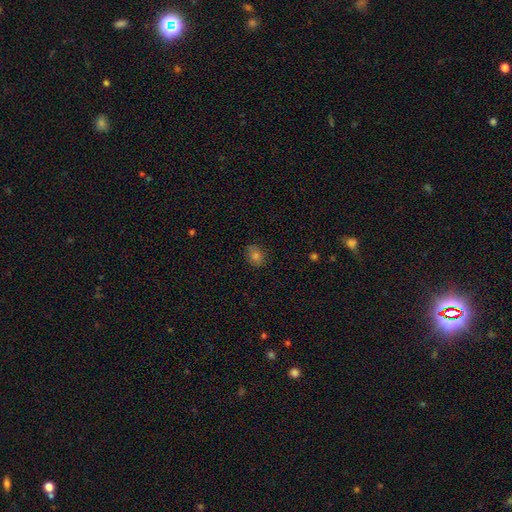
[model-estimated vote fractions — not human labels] Overall: smooth (74%). How rounded: round (59%; in between 40%). Merging: none (82%).